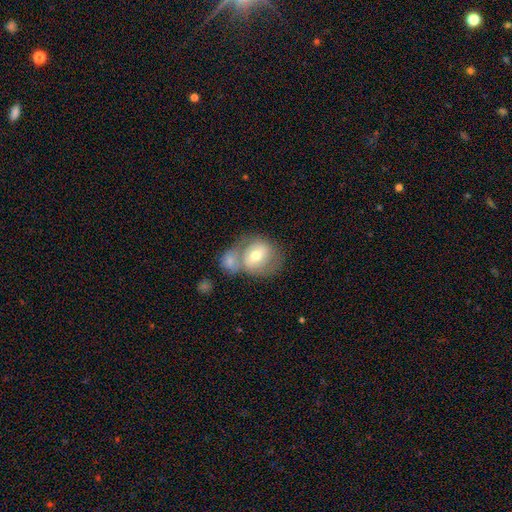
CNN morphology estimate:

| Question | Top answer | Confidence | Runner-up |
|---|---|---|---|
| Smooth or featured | smooth | 56% | featured or disk (36%) |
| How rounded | round | 67% | in between (32%) |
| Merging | merger | 47% | none (33%) |